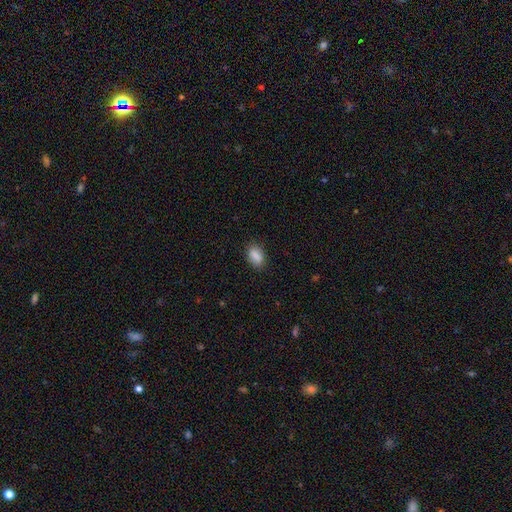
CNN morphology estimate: type=smooth (87%); roundness=in between (88%); merging=none (84%).